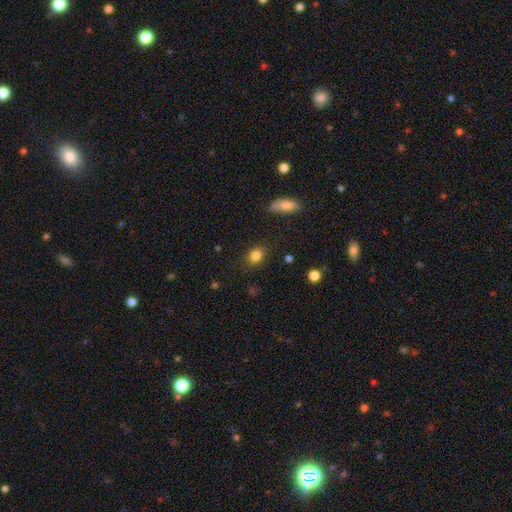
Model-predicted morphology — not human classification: Smooth or featured?
  - smooth: 84% *
  - star or artifact: 10%
  - featured or disk: 6%
How rounded?
  - in between: 61% *
  - round: 37%
  - cigar-shaped: 2%
Merging?
  - none: 82% *
  - minor disturbance: 13%
  - major disturbance: 3%
  - merger: 2%